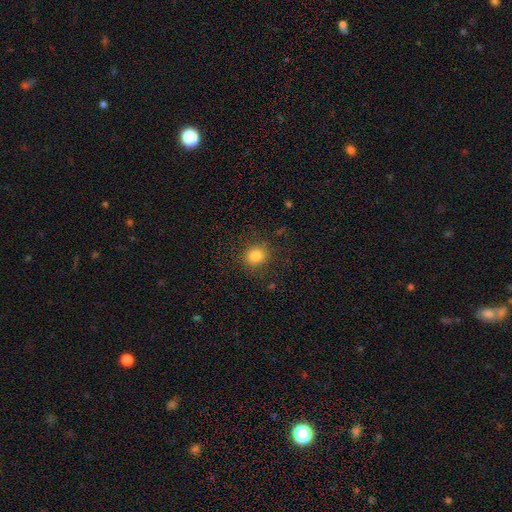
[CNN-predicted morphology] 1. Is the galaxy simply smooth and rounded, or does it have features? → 82% smooth, 12% star or artifact, 6% featured or disk.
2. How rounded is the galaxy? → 83% round, 16% in between, 1% cigar-shaped.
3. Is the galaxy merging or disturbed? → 85% none, 10% minor disturbance, 4% major disturbance, 1% merger.